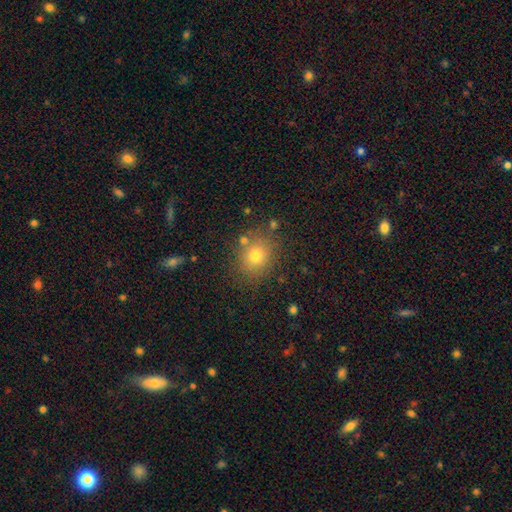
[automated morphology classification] A smooth galaxy with no disk features (74%) that is round (68%). Merging: none (82%).